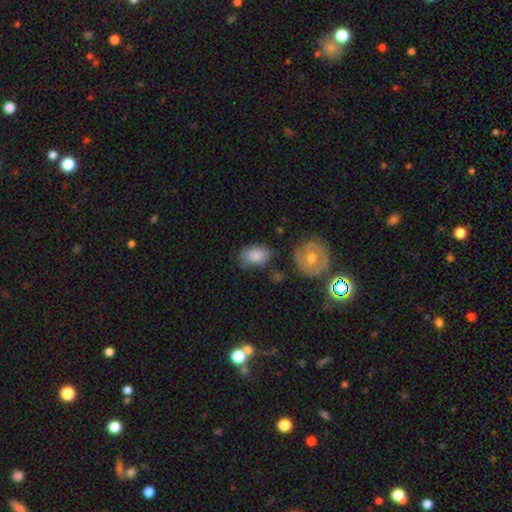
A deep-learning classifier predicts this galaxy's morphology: Smooth or featured? Predicted: smooth (p=0.79). How rounded? Predicted: in between (p=0.82). Merging? Predicted: none (p=0.59).